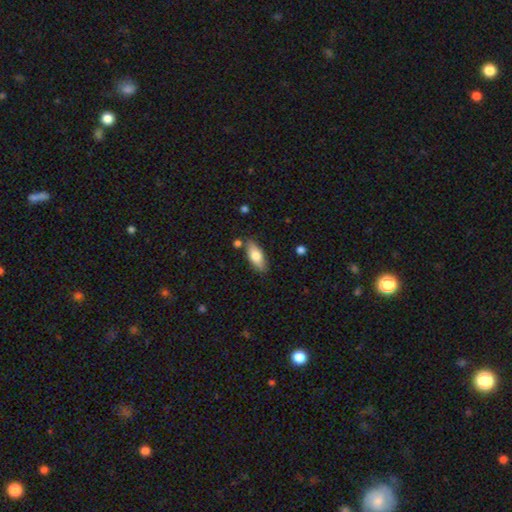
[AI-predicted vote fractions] Overall: smooth (73%). How rounded: in between (76%). Merging: none (81%).